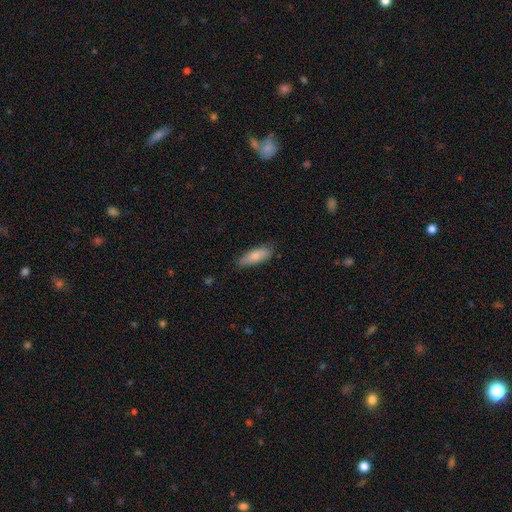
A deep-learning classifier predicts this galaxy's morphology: Q: Smooth or featured?
A: smooth (79%); runner-up: featured or disk (15%)
Q: How rounded?
A: in between (62%); runner-up: cigar-shaped (36%)
Q: Merging?
A: none (78%); runner-up: minor disturbance (18%)